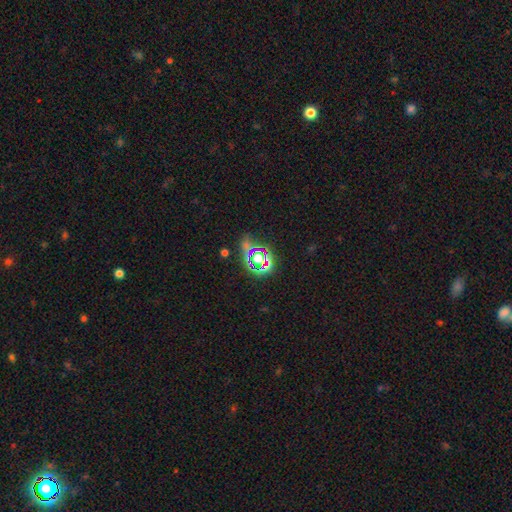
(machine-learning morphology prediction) A star or artifact, not a galaxy (73%).